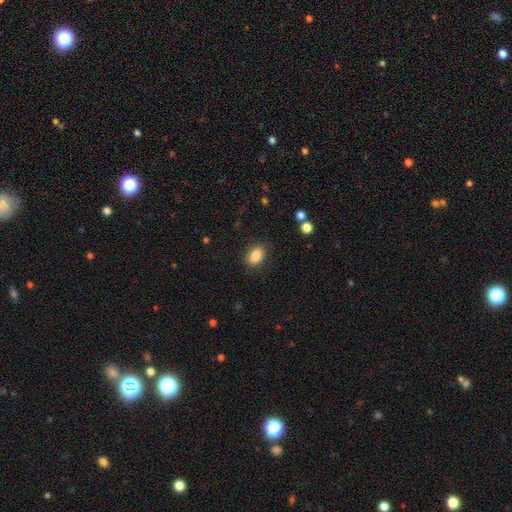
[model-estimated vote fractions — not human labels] A smooth galaxy with no disk features (85%) that is in between round and cigar-shaped (78%). Merging: none (87%).